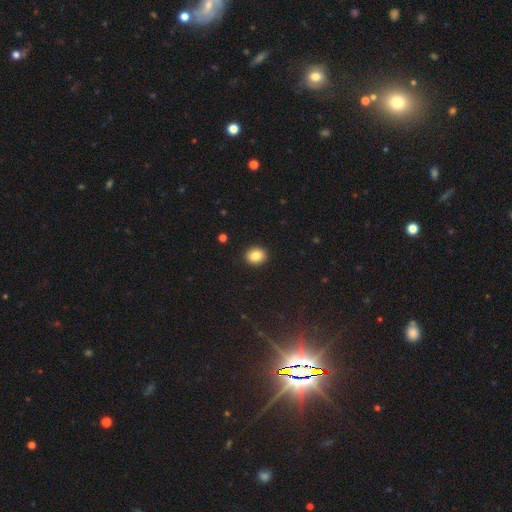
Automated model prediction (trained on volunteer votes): A smooth galaxy with no disk features (85%) that is round (61%). Merging: none (92%).